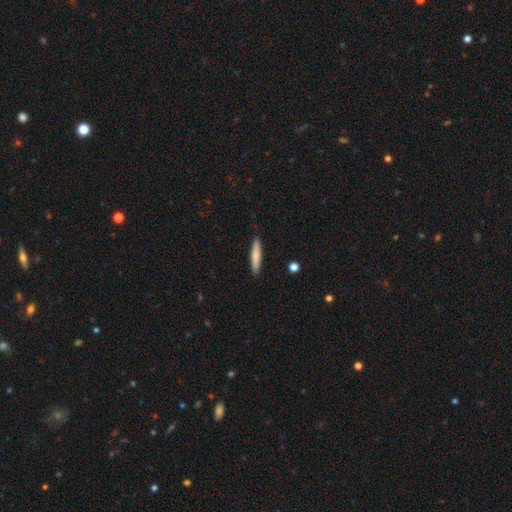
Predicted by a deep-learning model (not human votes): This appears to be a smooth galaxy with no disk features (74%) that is cigar-shaped (89%). Merging: none (90%).